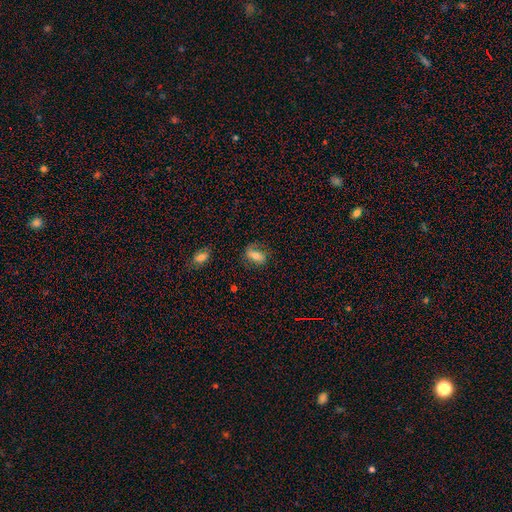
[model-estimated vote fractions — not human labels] Morphology: type=smooth (60%); roundness=in between (79%); merging=none (68%).